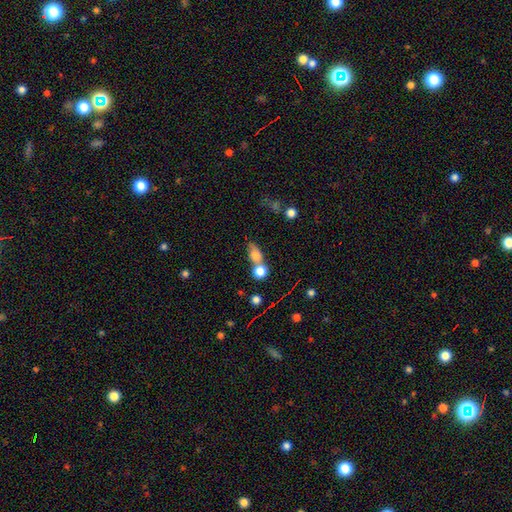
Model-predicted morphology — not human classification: The model was most divided on "merging": merger: 47%, none: 36%, minor disturbance: 11%, major disturbance: 6%. More confident: smooth or featured — smooth (76%); how rounded — in between (56%).